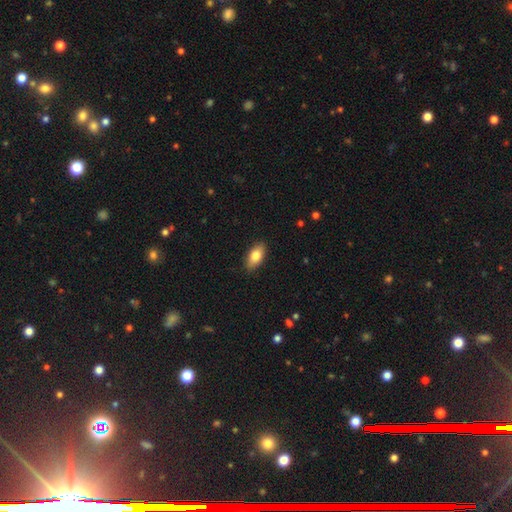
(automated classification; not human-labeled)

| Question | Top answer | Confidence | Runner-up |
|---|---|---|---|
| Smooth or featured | smooth | 80% | featured or disk (14%) |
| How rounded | in between | 89% | cigar-shaped (6%) |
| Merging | none | 88% | minor disturbance (9%) |